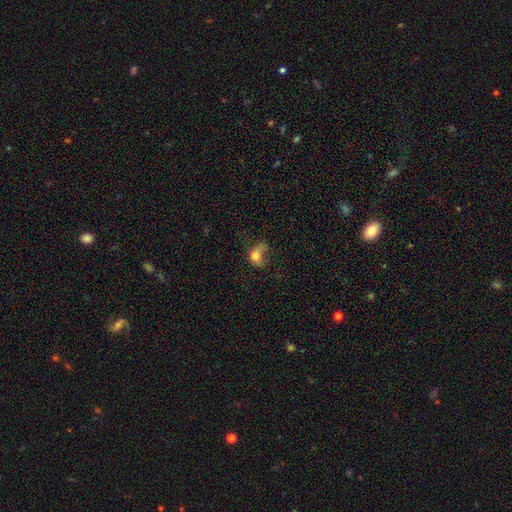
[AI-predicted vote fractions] smooth 65%, featured or disk 23%, star or artifact 12%. Down the decision tree: how rounded — in between (60%); merging — major disturbance (52%).